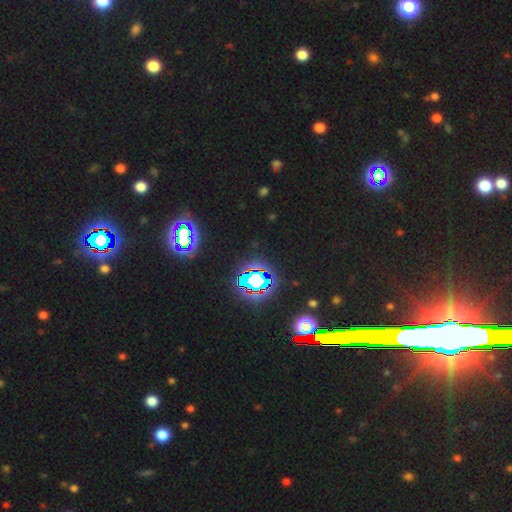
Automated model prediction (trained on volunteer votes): smooth-or-featured: star or artifact: 80% | smooth: 11% | featured or disk: 9%